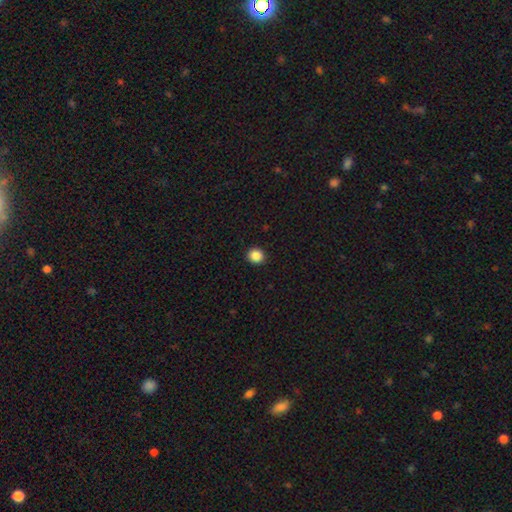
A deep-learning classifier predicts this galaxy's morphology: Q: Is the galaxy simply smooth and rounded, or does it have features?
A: smooth — 87%.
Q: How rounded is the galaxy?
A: round — 89%.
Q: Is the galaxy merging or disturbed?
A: none — 93%.